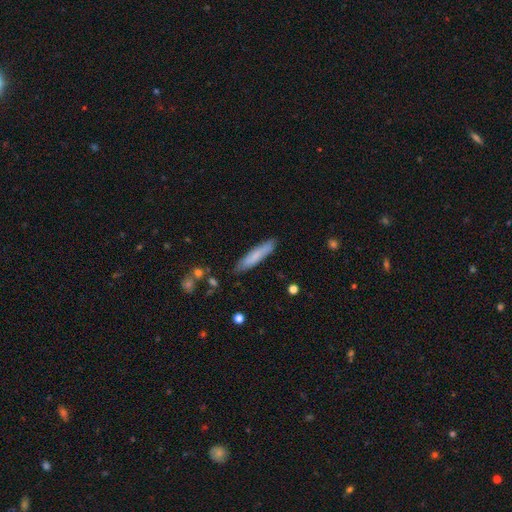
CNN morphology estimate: This is likely a smooth galaxy (74%). How rounded: clearly cigar-shaped (88%). Merging: clearly none (85%).